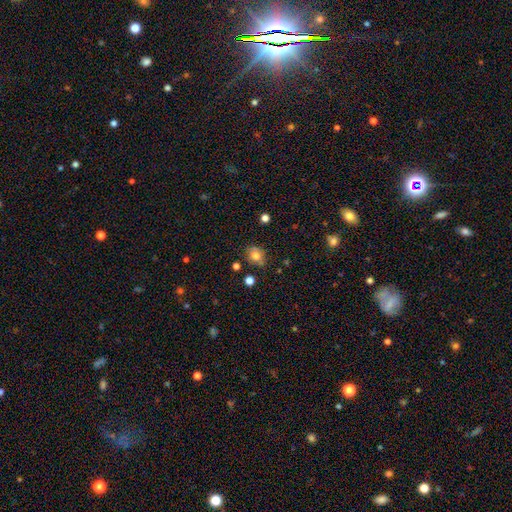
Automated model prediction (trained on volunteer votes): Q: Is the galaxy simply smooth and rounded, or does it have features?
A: smooth — 74%.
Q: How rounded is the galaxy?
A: round — 65%.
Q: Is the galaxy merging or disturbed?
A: none — 70%.